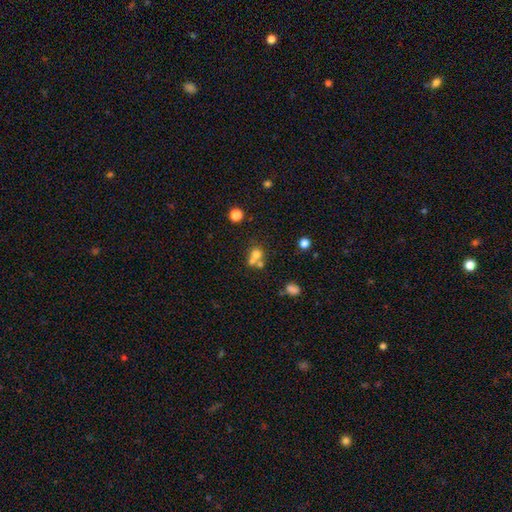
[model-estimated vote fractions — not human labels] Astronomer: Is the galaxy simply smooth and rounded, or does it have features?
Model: smooth — 65%.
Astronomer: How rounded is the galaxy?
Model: round — 76%.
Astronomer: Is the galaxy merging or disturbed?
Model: merger — 53% (runner-up: none, 35%).